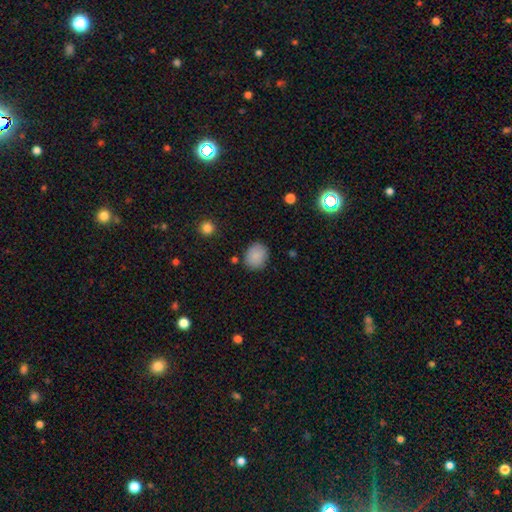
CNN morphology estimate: A smooth galaxy with no disk features (88%) that is round (67%).

Vote fractions:
- Smooth or featured? smooth: 88% / star or artifact: 8% / featured or disk: 4%
- How rounded? round: 67% / in between: 32% / cigar-shaped: 1%
- Merging? none: 85% / minor disturbance: 10% / major disturbance: 3% / merger: 2%